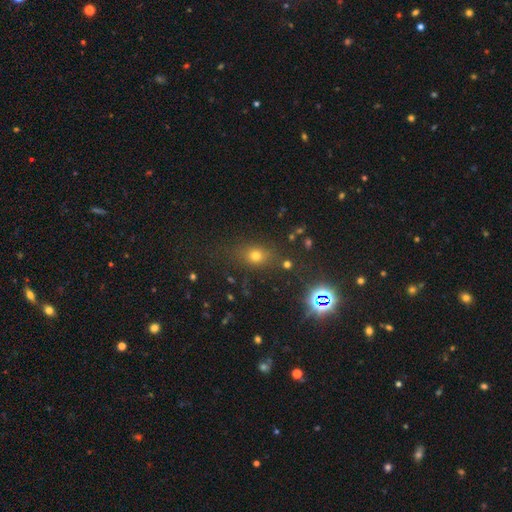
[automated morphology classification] Smooth or featured? smooth (60%)
How rounded? round (50%)
Merging? none (77%)